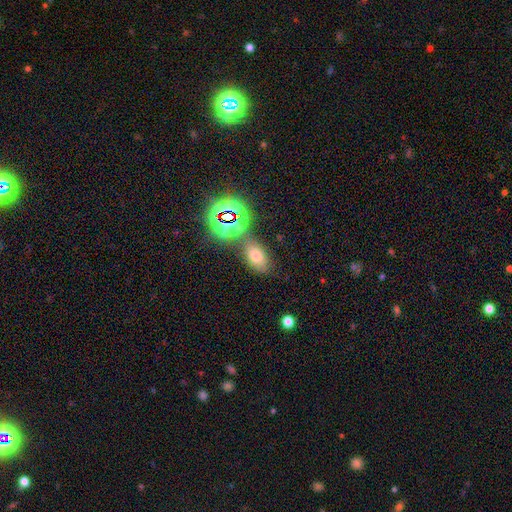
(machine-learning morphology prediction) Smooth or featured? smooth (56%)
How rounded? in between (85%)
Merging? none (72%)